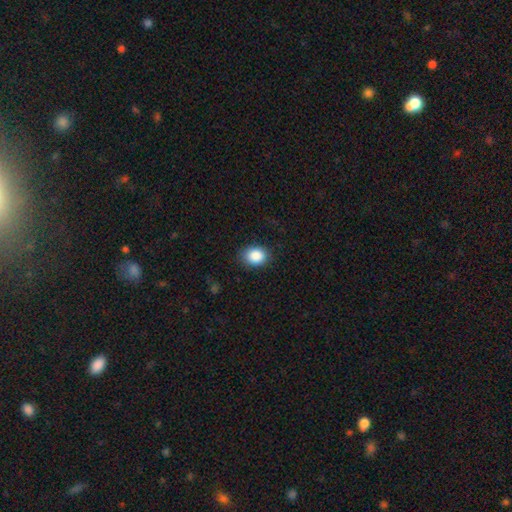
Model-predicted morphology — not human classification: Smooth or featured: smooth — 88% (star or artifact — 8%)
How rounded: in between — 54% (round — 45%)
Merging: none — 84% (minor disturbance — 12%)